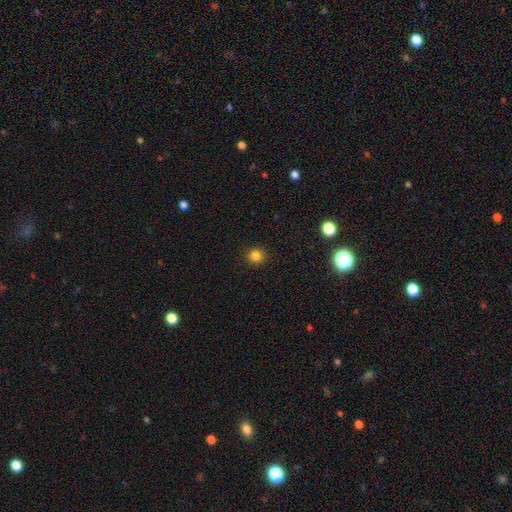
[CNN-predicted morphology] Smooth or featured? smooth (83%)
How rounded? round (89%)
Merging? none (91%)